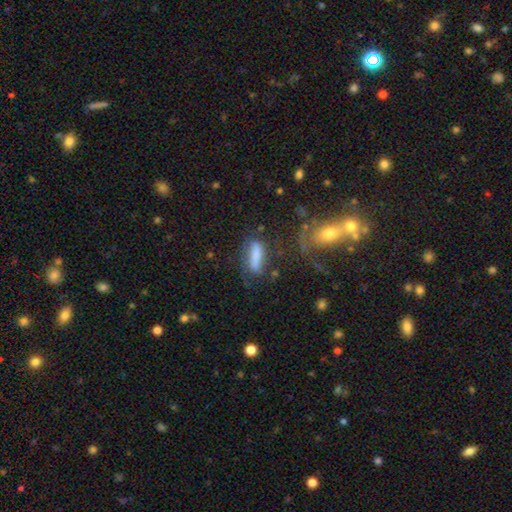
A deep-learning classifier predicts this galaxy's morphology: Overall: smooth (72%). How rounded: cigar-shaped (54%; in between 43%). Merging: none (58%; minor disturbance 22%).